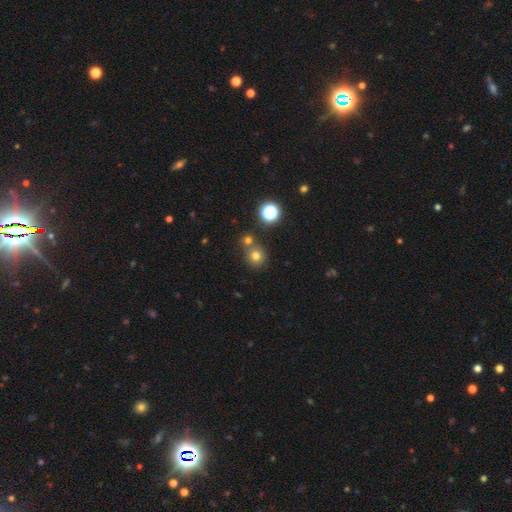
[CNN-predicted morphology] This is likely a smooth galaxy (71%). How rounded: clearly round (87%). Merging: likely none (66%).